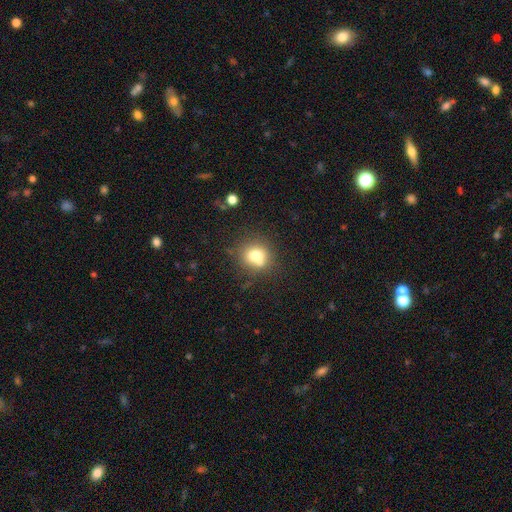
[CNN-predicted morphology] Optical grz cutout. It shows a smooth galaxy with no disk features (72%) that is round (81%). Merging: none (60%).